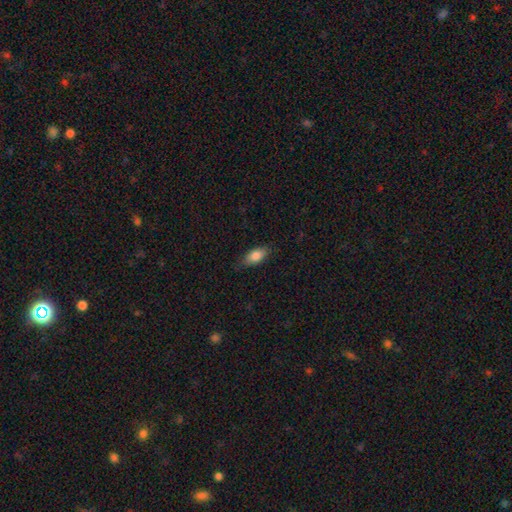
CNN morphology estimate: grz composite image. It shows a smooth galaxy with no disk features (82%) that is in between round and cigar-shaped (85%). Merging: none (79%).